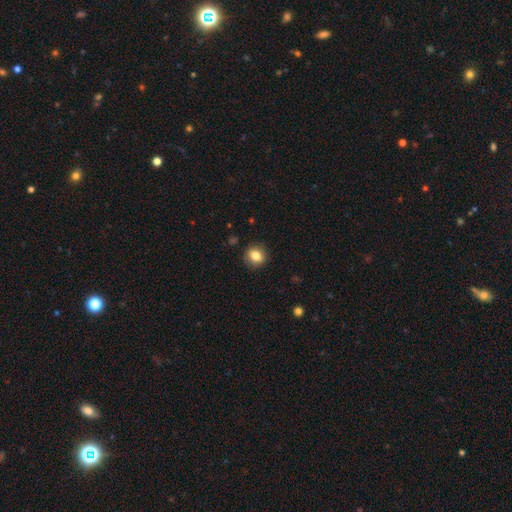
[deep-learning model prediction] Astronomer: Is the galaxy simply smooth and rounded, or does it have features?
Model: smooth — 81%.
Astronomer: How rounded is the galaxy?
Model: round — 78%.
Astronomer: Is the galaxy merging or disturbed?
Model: none — 89%.